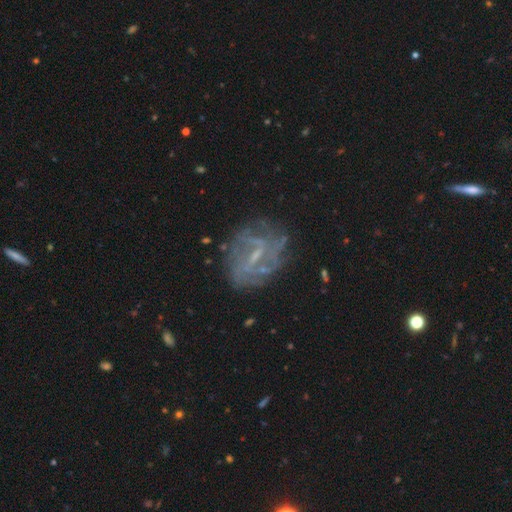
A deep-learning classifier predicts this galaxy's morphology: Q: Smooth or featured?
A: featured or disk (75%); runner-up: smooth (13%)
Q: Edge-on disk?
A: no (97%); runner-up: yes (3%)
Q: Bar?
A: weak (55%); runner-up: no (24%)
Q: Spiral arms?
A: yes (75%); runner-up: no (25%)
Q: Spiral winding?
A: tight (38%); runner-up: medium (37%)
Q: Spiral arm count?
A: can't tell (49%); runner-up: 2 (19%)
Q: Bulge size?
A: small (57%); runner-up: none (21%)
Q: Merging?
A: none (68%); runner-up: minor disturbance (17%)